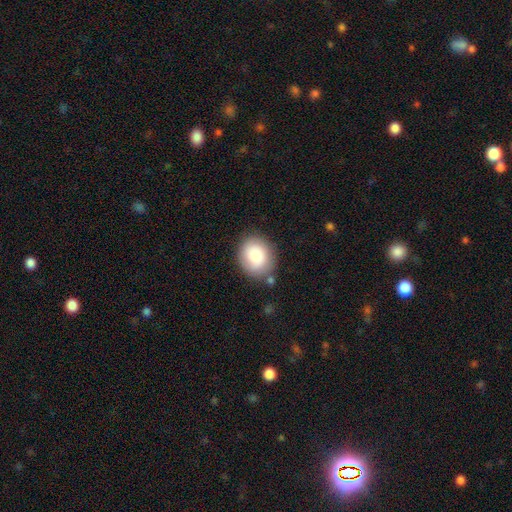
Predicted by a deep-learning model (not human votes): Smooth or featured? smooth (85%)
How rounded? round (66%)
Merging? none (79%)